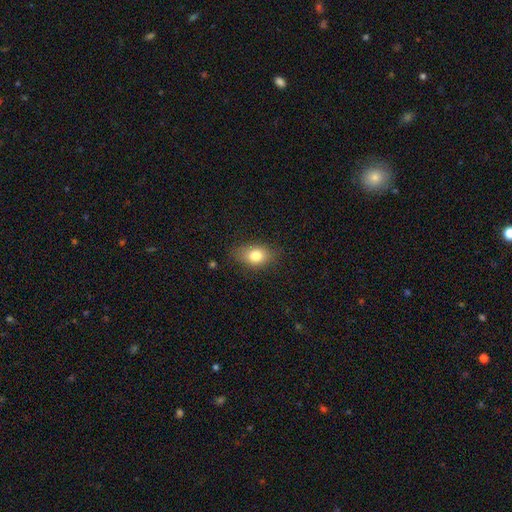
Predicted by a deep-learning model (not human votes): Morphology: type=smooth (79%); roundness=in between (75%); merging=none (79%).